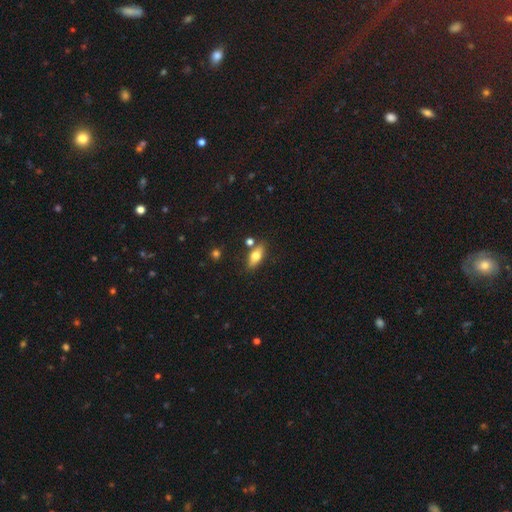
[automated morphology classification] A smooth galaxy with no disk features (69%) that is in between round and cigar-shaped (77%).

Vote fractions:
- Smooth or featured? smooth: 69% / featured or disk: 23% / star or artifact: 8%
- How rounded? in between: 77% / cigar-shaped: 18% / round: 4%
- Merging? none: 76% / minor disturbance: 13% / merger: 8% / major disturbance: 3%